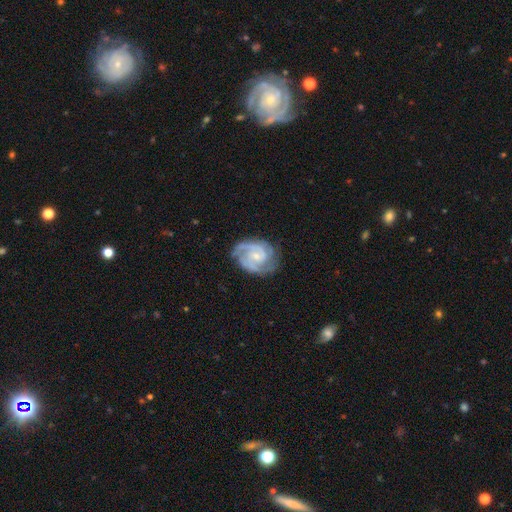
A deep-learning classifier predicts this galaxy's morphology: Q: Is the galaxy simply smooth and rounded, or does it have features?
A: featured or disk — 88%.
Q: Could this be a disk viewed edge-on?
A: no — 98%.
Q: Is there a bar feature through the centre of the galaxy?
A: no — 48%.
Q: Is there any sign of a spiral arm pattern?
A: yes — 97%.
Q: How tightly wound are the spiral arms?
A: tight — 50%.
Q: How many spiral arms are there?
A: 2 — 57%.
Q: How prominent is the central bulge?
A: small — 63%.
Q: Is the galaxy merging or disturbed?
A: none — 73%.